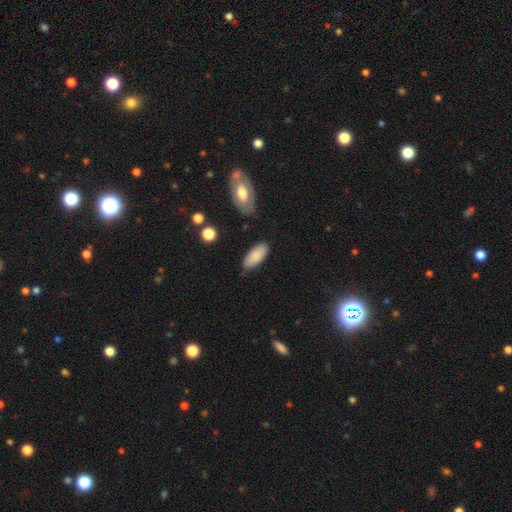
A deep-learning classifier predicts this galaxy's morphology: smooth 85%, featured or disk 9%, star or artifact 6%. Down the decision tree: how rounded — in between (84%); merging — none (76%).